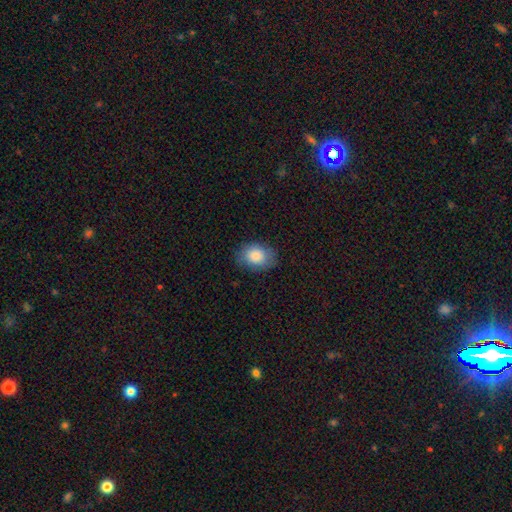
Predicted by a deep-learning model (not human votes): Smooth or featured? Predicted: smooth (p=0.85). How rounded? Predicted: in between (p=0.66). Merging? Predicted: none (p=0.81).